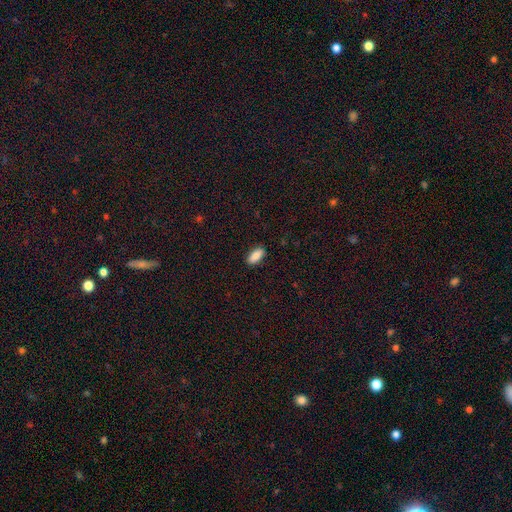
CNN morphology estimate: The model was most divided on "how rounded": in between: 85%, cigar-shaped: 13%, round: 2%. More confident: merging — none (88%); smooth or featured — smooth (85%).